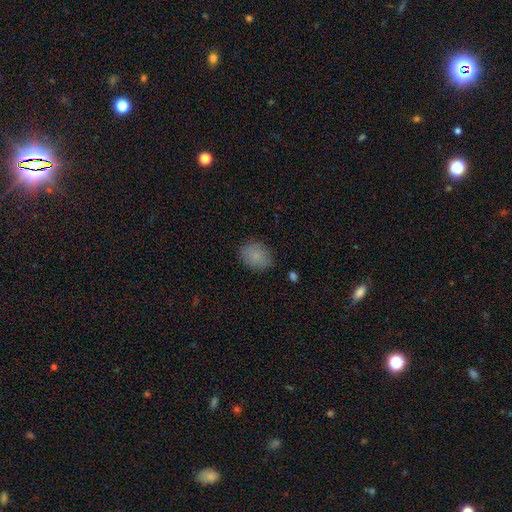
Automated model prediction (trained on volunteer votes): Smooth or featured: smooth — 82% (star or artifact — 9%)
How rounded: in between — 51% (round — 48%)
Merging: none — 80% (minor disturbance — 15%)